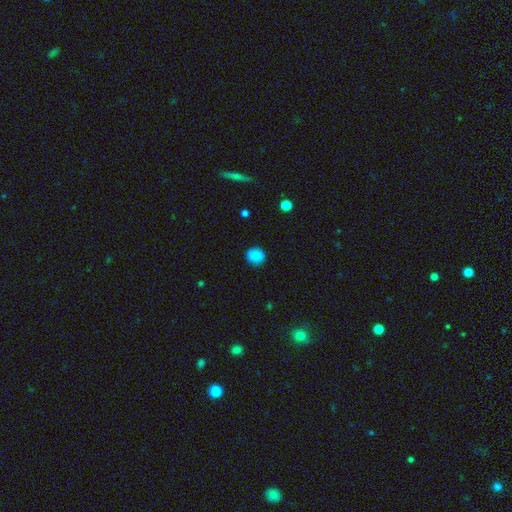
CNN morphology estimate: smooth 87%, star or artifact 9%, featured or disk 4%. Down the decision tree: how rounded — round (74%); merging — none (86%).